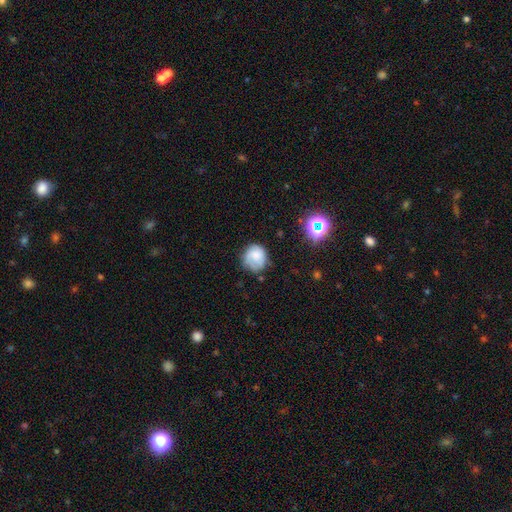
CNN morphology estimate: The model was most divided on "merging": none: 60%, minor disturbance: 27%, major disturbance: 10%, merger: 3%. More confident: how rounded — round (81%); smooth or featured — smooth (71%).